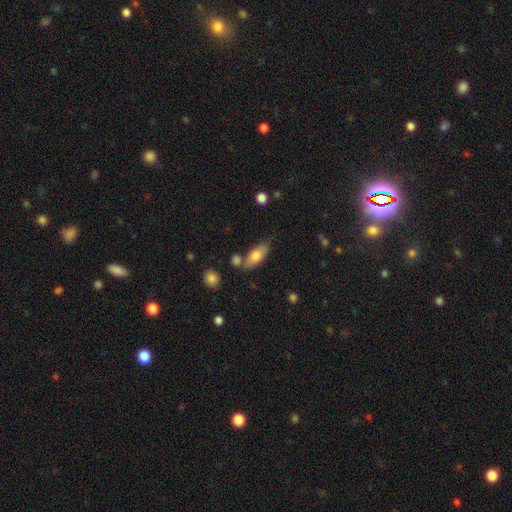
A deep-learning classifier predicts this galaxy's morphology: Overall: smooth (75%). How rounded: in between (81%). Merging: none (65%).